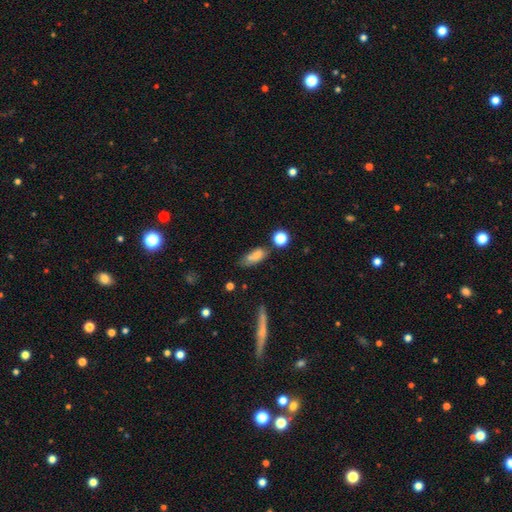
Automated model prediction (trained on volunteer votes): Q: Smooth or featured?
A: smooth (73%); runner-up: featured or disk (16%)
Q: How rounded?
A: in between (72%); runner-up: cigar-shaped (20%)
Q: Merging?
A: none (43%); runner-up: minor disturbance (23%)